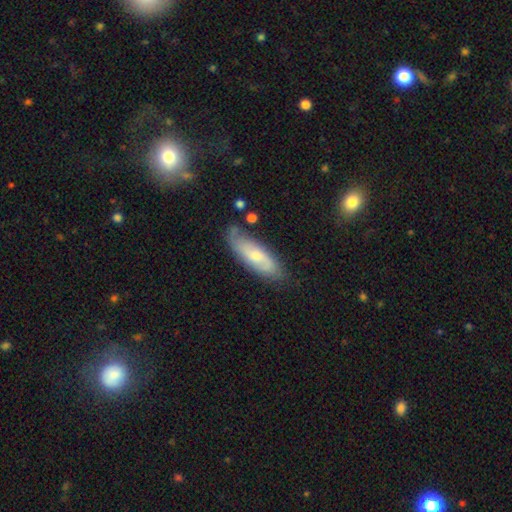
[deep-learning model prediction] Smooth or featured: smooth — 48% (featured or disk — 45%)
Merging: none — 70% (minor disturbance — 22%)